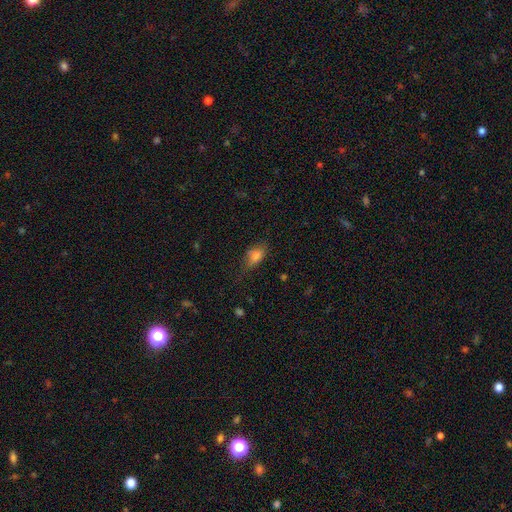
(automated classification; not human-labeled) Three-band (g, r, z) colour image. It shows a smooth galaxy with no disk features (77%) that is in between round and cigar-shaped (84%). Merging: none (60%).